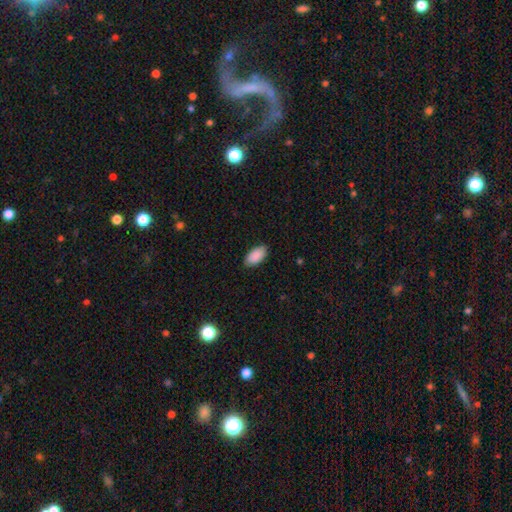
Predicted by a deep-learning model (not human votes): Morphology: type=smooth (91%); roundness=in between (95%); merging=none (86%).